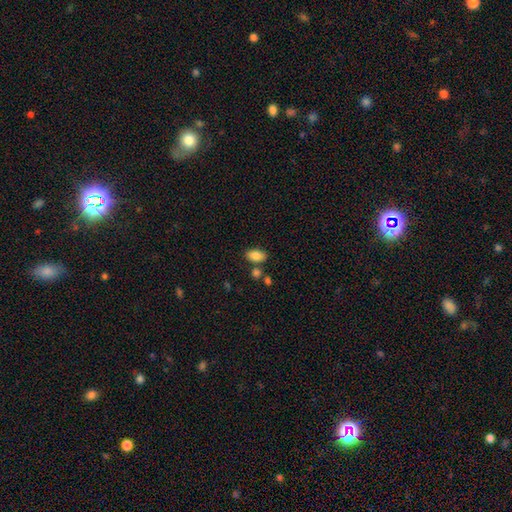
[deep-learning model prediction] Overall: smooth (84%). How rounded: in between (91%). Merging: none (75%).